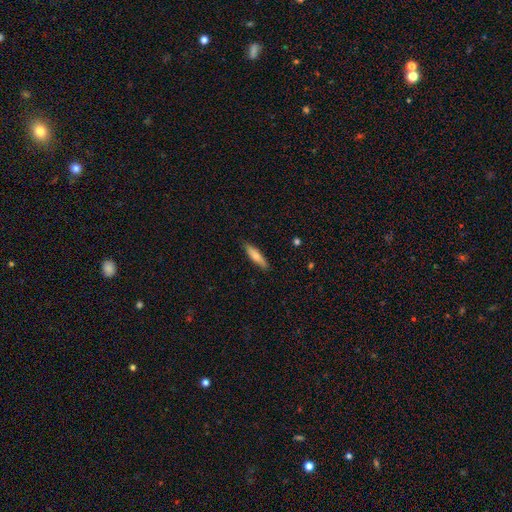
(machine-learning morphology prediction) The model was most divided on "smooth or featured": smooth: 69%, featured or disk: 25%, star or artifact: 6%. More confident: merging — none (88%); how rounded — cigar-shaped (78%).